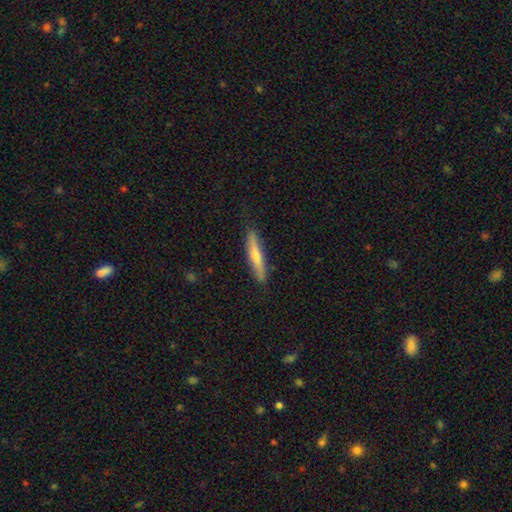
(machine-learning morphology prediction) smooth-or-featured: featured or disk: 49% | smooth: 44% | star or artifact: 6%
  merging: none: 84% | minor disturbance: 13% | major disturbance: 2% | merger: 1%